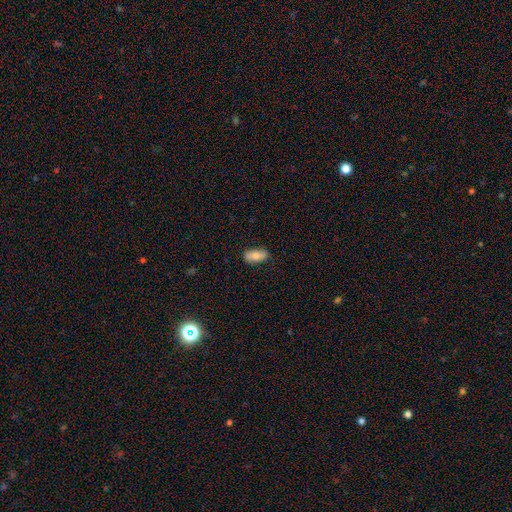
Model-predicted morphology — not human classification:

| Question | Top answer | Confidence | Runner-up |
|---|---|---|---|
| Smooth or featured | smooth | 76% | featured or disk (18%) |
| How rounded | in between | 88% | cigar-shaped (9%) |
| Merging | none | 80% | minor disturbance (16%) |